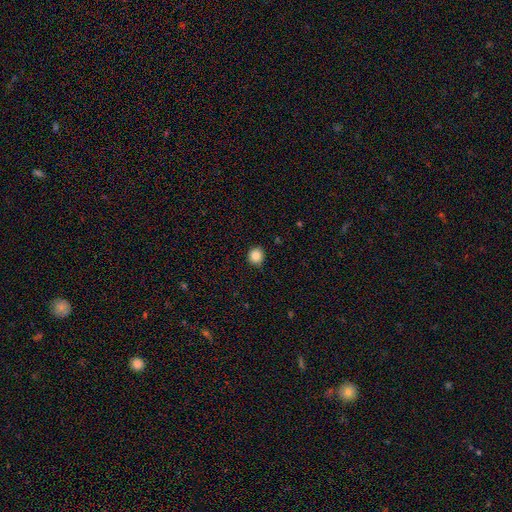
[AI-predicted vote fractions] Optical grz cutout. It shows a smooth galaxy with no disk features (87%) that is round (90%). Merging: none (88%).